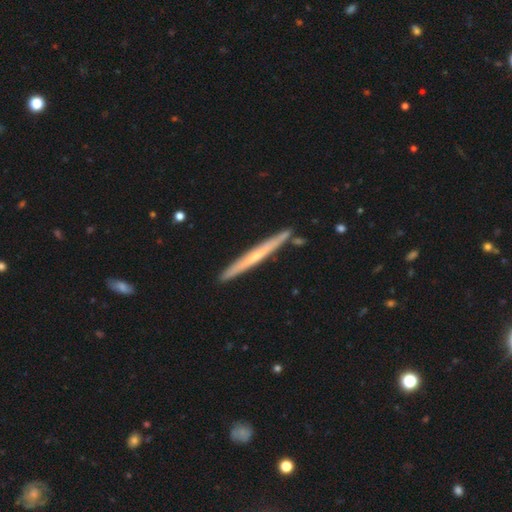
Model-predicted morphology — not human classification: Overall: featured or disk (59%; smooth 36%). Edge-on disk: yes (97%). Edge-on bulge: none (57%; rounded 39%). Merging: none (87%).